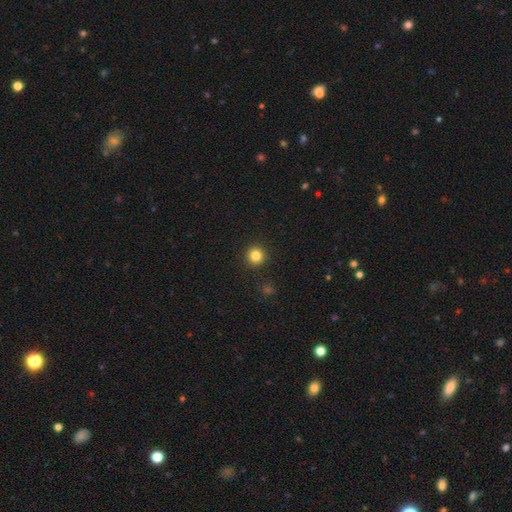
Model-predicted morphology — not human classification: A smooth galaxy with no disk features (83%) that is round (95%). Merging: none (92%).